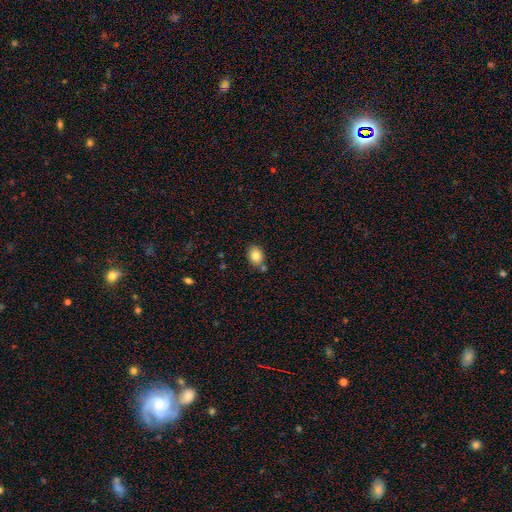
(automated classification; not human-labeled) smooth 84%, star or artifact 9%, featured or disk 8%. Down the decision tree: how rounded — in between (61%); merging — none (74%).